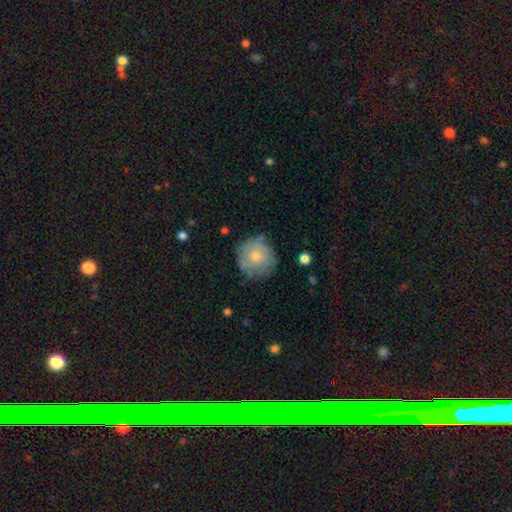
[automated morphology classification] smooth_or_featured: smooth (p=0.61) [alt: featured or disk p=0.33]
how_rounded: round (p=0.89) [alt: in between p=0.10]
merging: none (p=0.66) [alt: minor disturbance p=0.24]